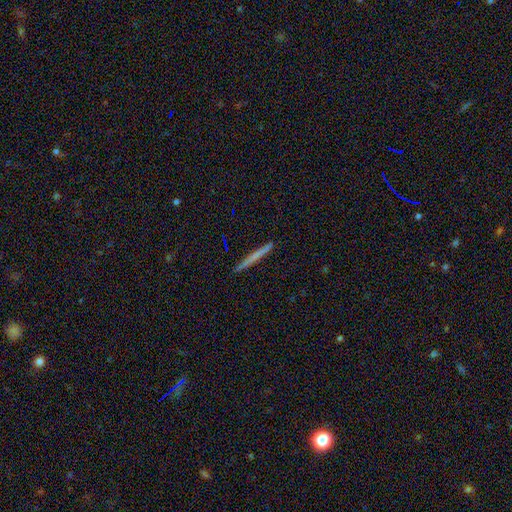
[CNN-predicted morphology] Smooth or featured? smooth (55%)
How rounded? cigar-shaped (97%)
Merging? none (92%)